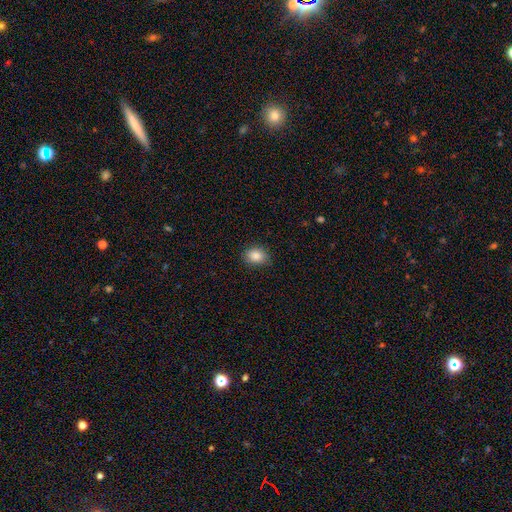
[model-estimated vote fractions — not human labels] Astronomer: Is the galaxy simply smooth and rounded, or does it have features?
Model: smooth — 87%.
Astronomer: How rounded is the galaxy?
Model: in between — 60% (runner-up: round, 39%).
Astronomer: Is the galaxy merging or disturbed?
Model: none — 79%.